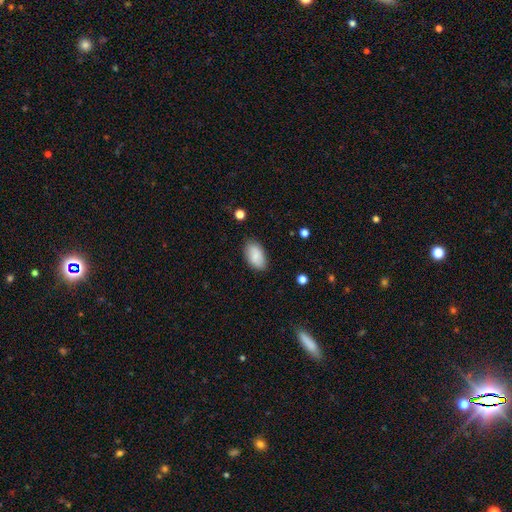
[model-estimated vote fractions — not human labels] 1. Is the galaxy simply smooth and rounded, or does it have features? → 84% smooth, 10% featured or disk, 7% star or artifact.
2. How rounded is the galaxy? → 94% in between, 4% round, 2% cigar-shaped.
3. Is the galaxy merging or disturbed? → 82% none, 14% minor disturbance, 3% major disturbance, 1% merger.